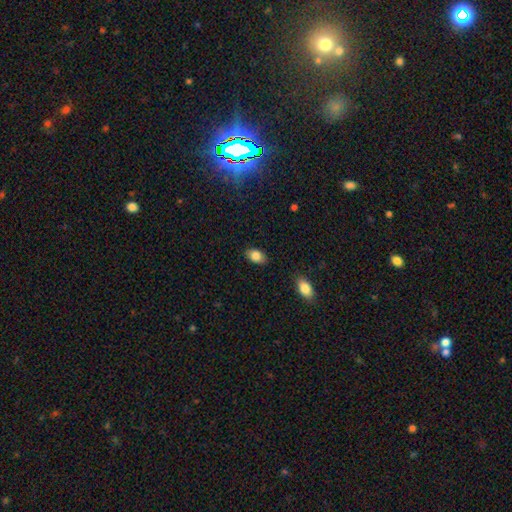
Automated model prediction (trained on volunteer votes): smooth_or_featured: smooth (p=0.85) [alt: star or artifact p=0.08]
how_rounded: in between (p=0.87) [alt: round p=0.12]
merging: none (p=0.86) [alt: minor disturbance p=0.11]